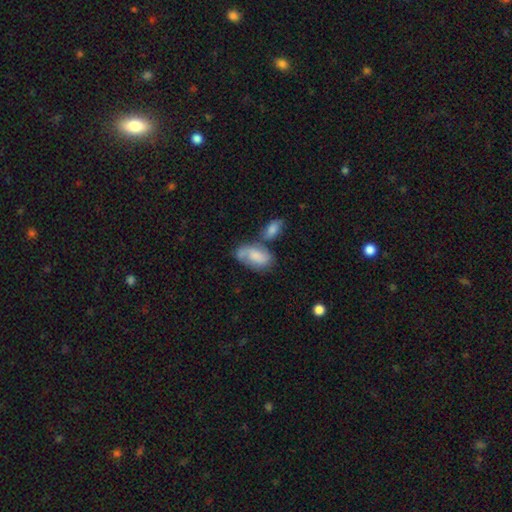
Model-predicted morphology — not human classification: smooth_or_featured: smooth (p=0.62) [alt: featured or disk p=0.31]
how_rounded: in between (p=0.92) [alt: round p=0.05]
merging: none (p=0.37) [alt: merger p=0.31]